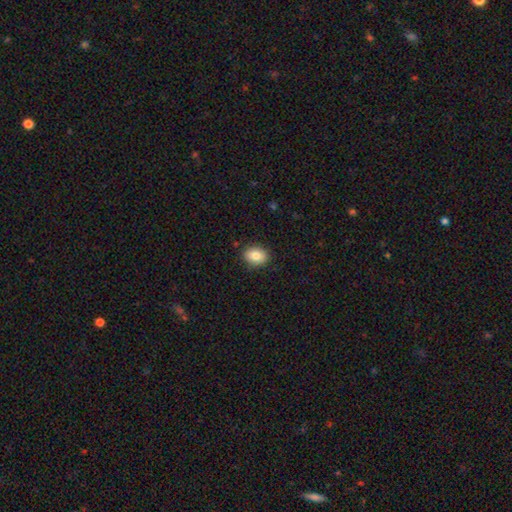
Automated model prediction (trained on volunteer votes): smooth-or-featured: smooth: 83% | star or artifact: 8% | featured or disk: 8%
  how-rounded: in between: 60% | round: 39% | cigar-shaped: 1%
  merging: none: 88% | minor disturbance: 9% | major disturbance: 2% | merger: 1%